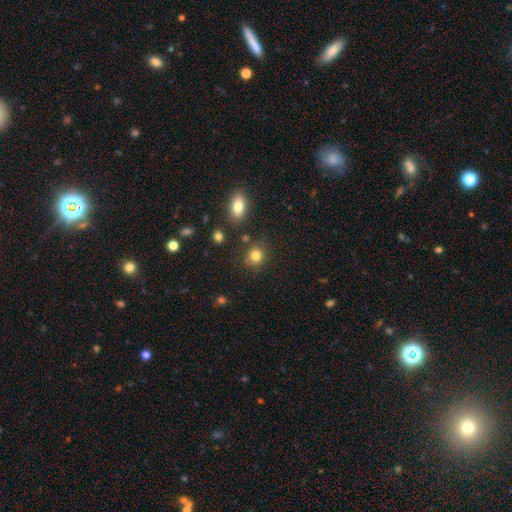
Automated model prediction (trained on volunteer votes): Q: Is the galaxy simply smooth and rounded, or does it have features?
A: smooth — 82%.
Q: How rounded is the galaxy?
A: round — 82%.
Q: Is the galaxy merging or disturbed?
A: none — 82%.